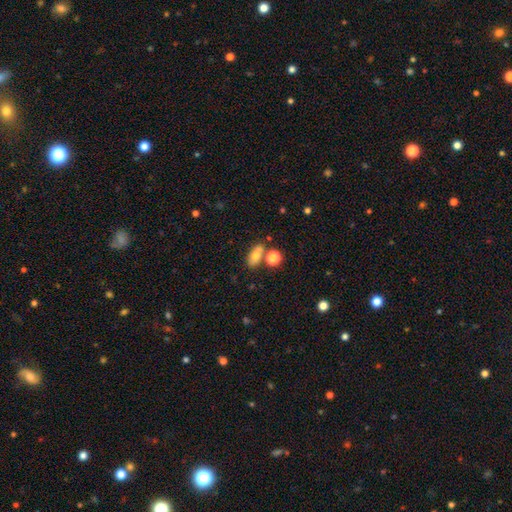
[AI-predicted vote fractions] The model was most divided on "merging": none: 58%, merger: 25%, minor disturbance: 12%, major disturbance: 4%. More confident: how rounded — in between (78%); smooth or featured — smooth (72%).